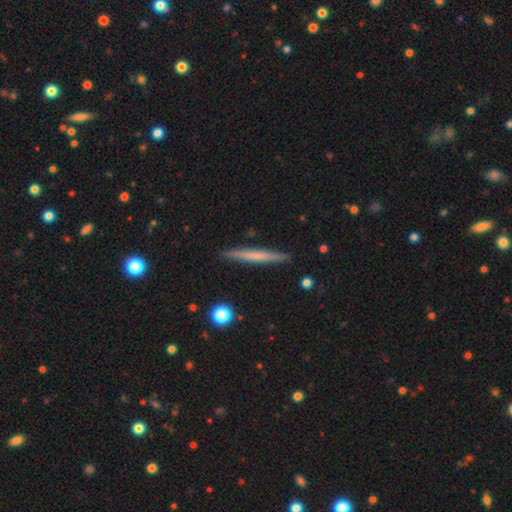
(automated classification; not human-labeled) This appears to be a smooth galaxy with no disk features (51%) that is cigar-shaped (97%). Merging: none (91%).